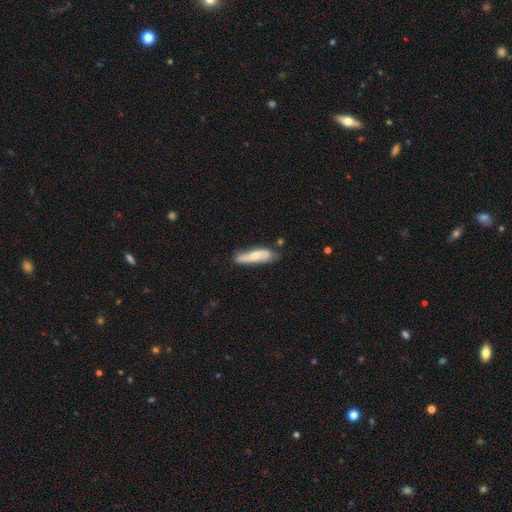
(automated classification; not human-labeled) This appears to be a smooth galaxy with no disk features (61%) that is cigar-shaped (64%). Merging: none (69%).